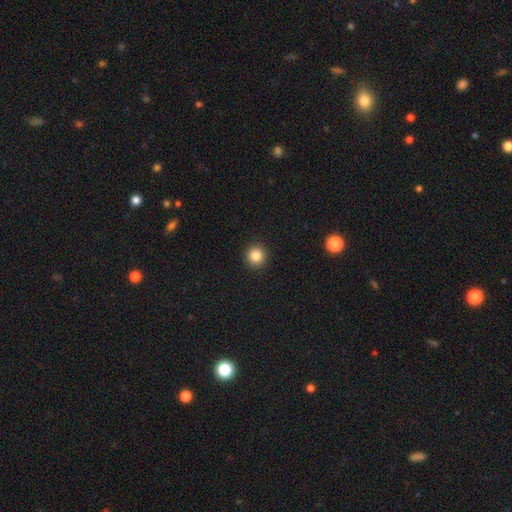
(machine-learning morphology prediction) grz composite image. It shows a smooth galaxy with no disk features (84%) that is round (94%). Merging: none (93%).